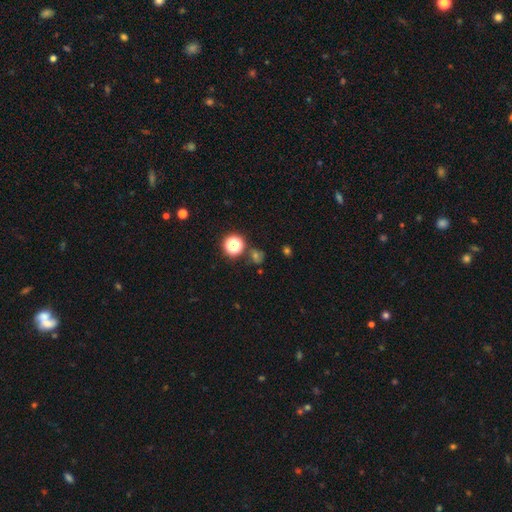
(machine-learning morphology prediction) A star or artifact, not a galaxy (51%).